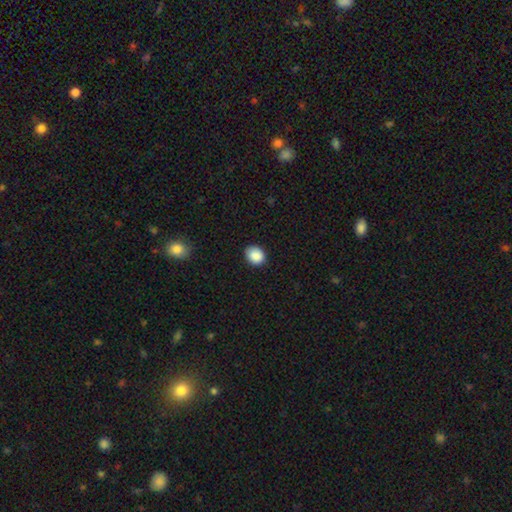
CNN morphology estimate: smooth_or_featured: smooth (p=0.89) [alt: star or artifact p=0.08]
how_rounded: round (p=0.60) [alt: in between p=0.39]
merging: none (p=0.85) [alt: minor disturbance p=0.12]